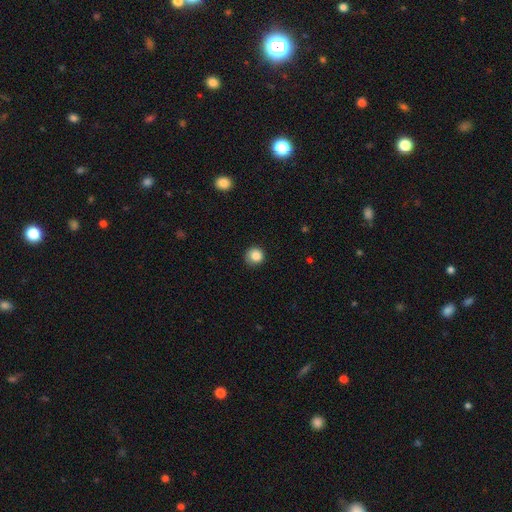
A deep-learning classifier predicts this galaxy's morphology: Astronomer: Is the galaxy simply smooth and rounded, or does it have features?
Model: smooth — 86%.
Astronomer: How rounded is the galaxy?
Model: round — 92%.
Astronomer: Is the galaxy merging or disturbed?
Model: none — 81%.